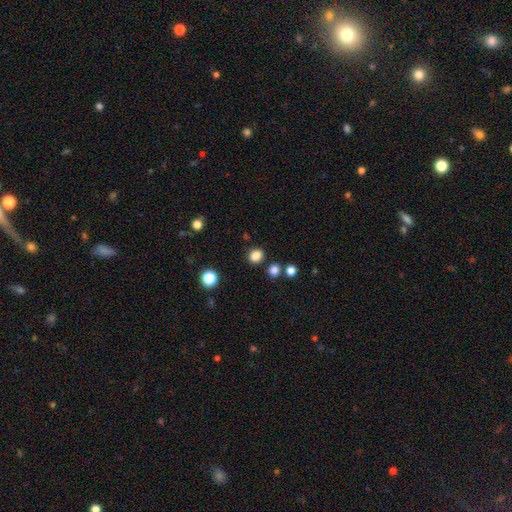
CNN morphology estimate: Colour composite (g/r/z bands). It shows a smooth galaxy with no disk features (83%) that is round (68%). Merging: none (84%).